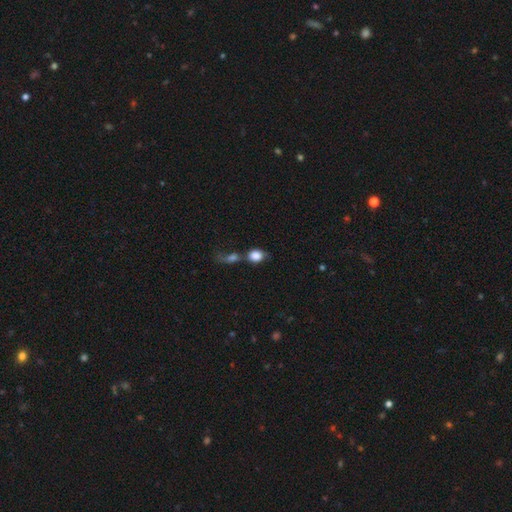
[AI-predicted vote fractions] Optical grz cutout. It shows a smooth galaxy with no disk features (81%) that is round (51%). Merging: merger (54%).